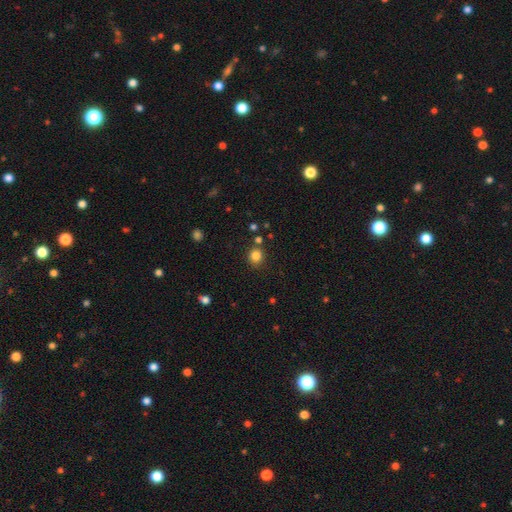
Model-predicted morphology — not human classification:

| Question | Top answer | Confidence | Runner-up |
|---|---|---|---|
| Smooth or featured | smooth | 82% | star or artifact (13%) |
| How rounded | round | 87% | in between (12%) |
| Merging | none | 83% | minor disturbance (8%) |